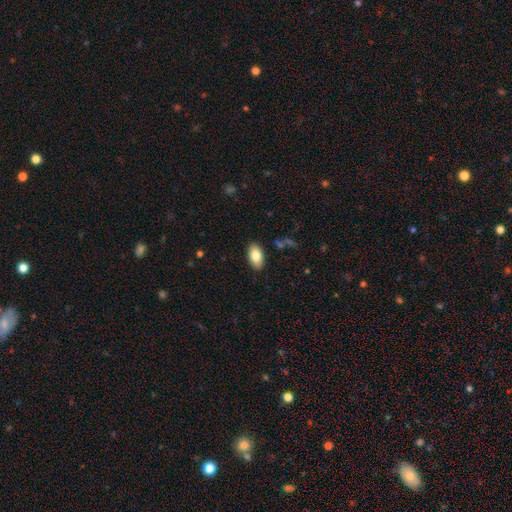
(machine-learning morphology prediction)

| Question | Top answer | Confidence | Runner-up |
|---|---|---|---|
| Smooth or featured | smooth | 81% | featured or disk (13%) |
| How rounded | in between | 93% | round (4%) |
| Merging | none | 87% | minor disturbance (10%) |